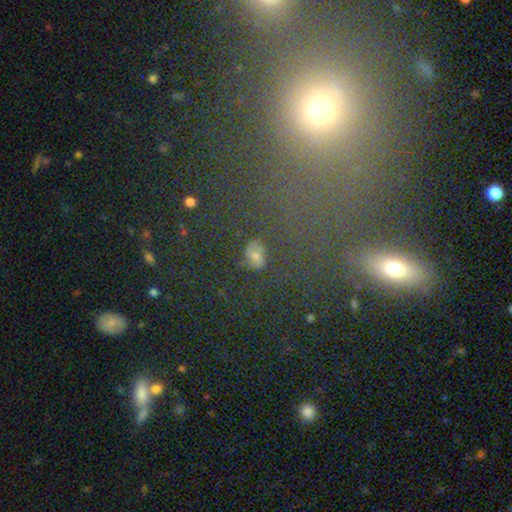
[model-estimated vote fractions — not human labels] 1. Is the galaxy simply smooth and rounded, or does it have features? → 50% smooth, 37% star or artifact, 13% featured or disk.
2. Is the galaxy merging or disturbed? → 75% none, 10% minor disturbance, 8% merger, 7% major disturbance.